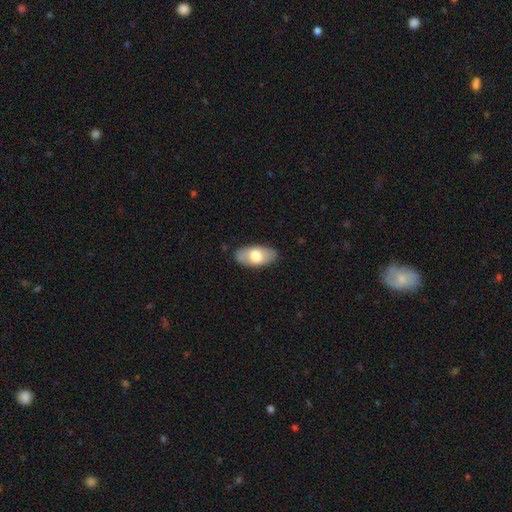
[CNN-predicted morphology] smooth_or_featured: smooth (p=0.65) [alt: featured or disk p=0.30]
how_rounded: in between (p=0.93) [alt: cigar-shaped p=0.04]
merging: none (p=0.85) [alt: minor disturbance p=0.11]